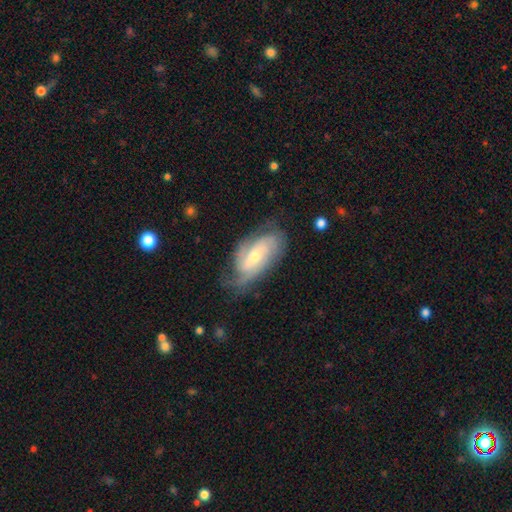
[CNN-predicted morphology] featured or disk 79%, smooth 15%, star or artifact 6%. Down the decision tree: edge-on disk — no (93%); bar — weak (41%, tied with no); spiral arms — yes (94%); spiral arm count — 2 (38%); spiral winding — tight (43%); bulge size — moderate (51%); merging — none (63%).